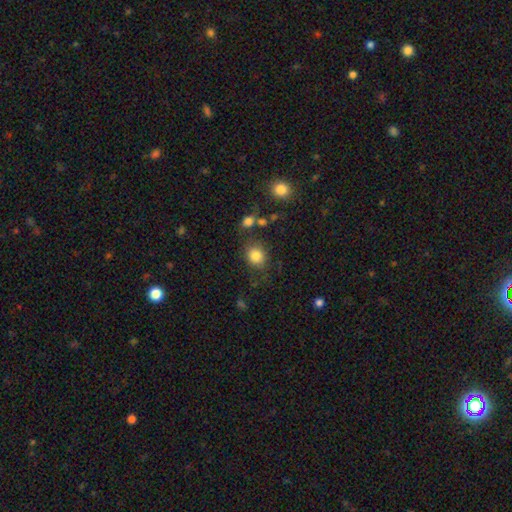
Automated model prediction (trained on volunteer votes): The model was most divided on "how rounded": round: 75%, in between: 24%, cigar-shaped: 1%. More confident: smooth or featured — smooth (84%); merging — none (74%).